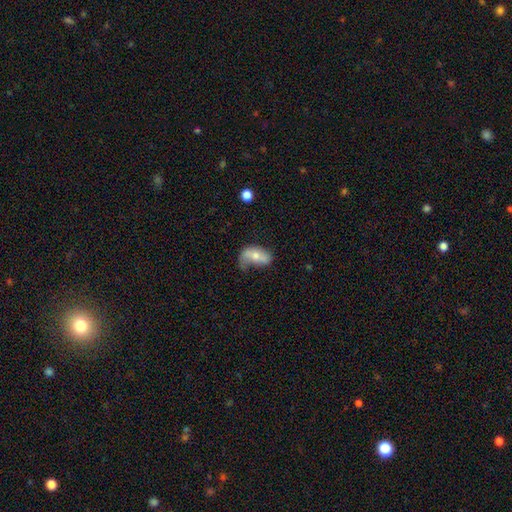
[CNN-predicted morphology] Overall: smooth (57%; featured or disk 35%). How rounded: in between (90%). Merging: minor disturbance (36%; none 32%).